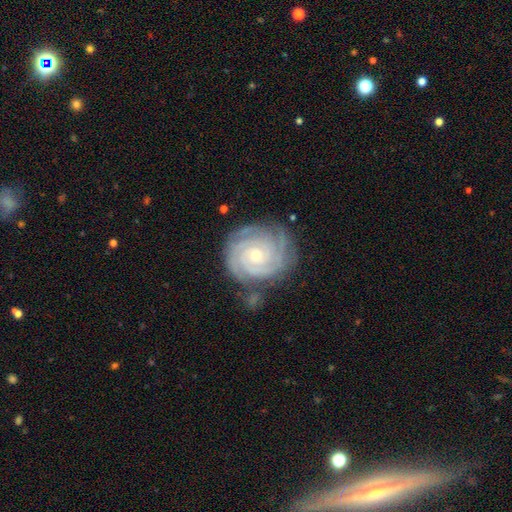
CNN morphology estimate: type=featured or disk (90%); edge-on=no (98%); bar=no (74%); spiral arms=yes (98%); winding=tight (86%); arm count=4 (31%); bulge=small (61%); merging=none (77%).